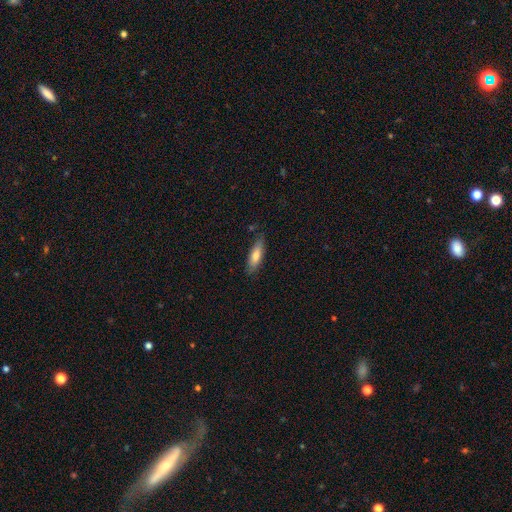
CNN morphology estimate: A smooth galaxy with no disk features (76%) that is cigar-shaped (51%).

Vote fractions:
- Smooth or featured? smooth: 76% / featured or disk: 18% / star or artifact: 6%
- How rounded? cigar-shaped: 51% / in between: 47% / round: 2%
- Merging? none: 80% / minor disturbance: 15% / major disturbance: 3% / merger: 2%